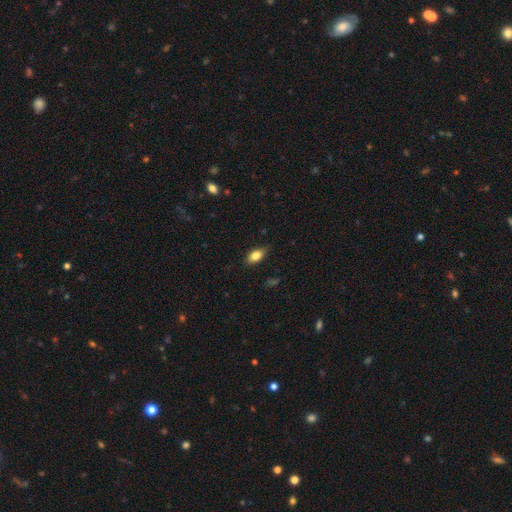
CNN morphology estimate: Smooth or featured? smooth (78%)
How rounded? in between (85%)
Merging? none (80%)